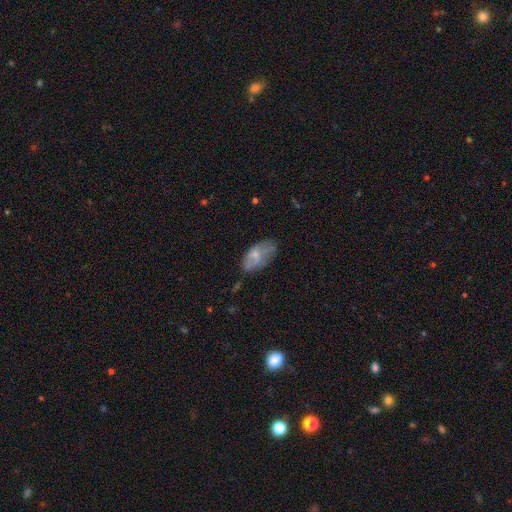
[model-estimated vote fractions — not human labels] Smooth or featured? Predicted: smooth (p=0.58). How rounded? Predicted: in between (p=0.92). Merging? Predicted: none (p=0.53).